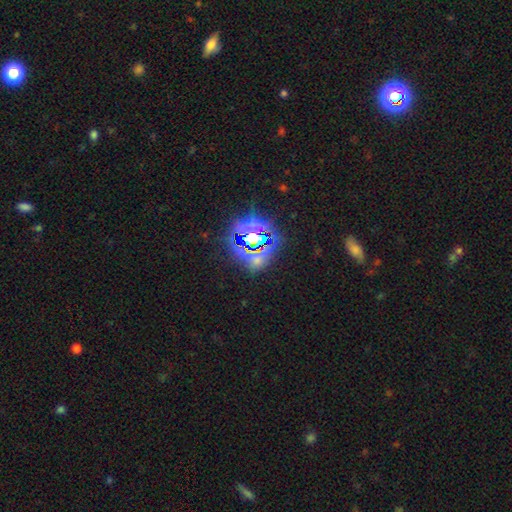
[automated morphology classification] smooth-or-featured: star or artifact: 74% | smooth: 16% | featured or disk: 10%